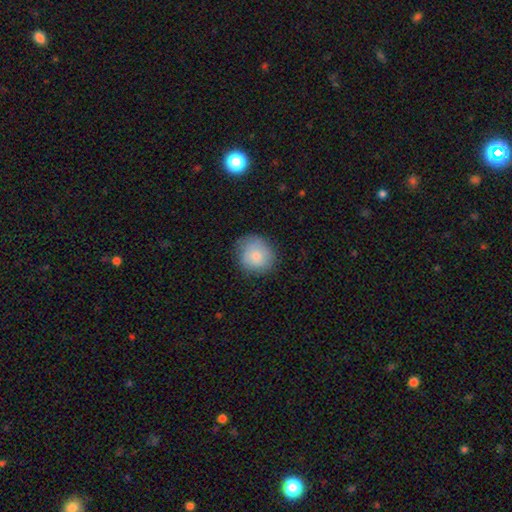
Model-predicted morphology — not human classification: smooth_or_featured: smooth (p=0.81) [alt: featured or disk p=0.12]
how_rounded: round (p=0.84) [alt: in between p=0.15]
merging: none (p=0.75) [alt: minor disturbance p=0.19]